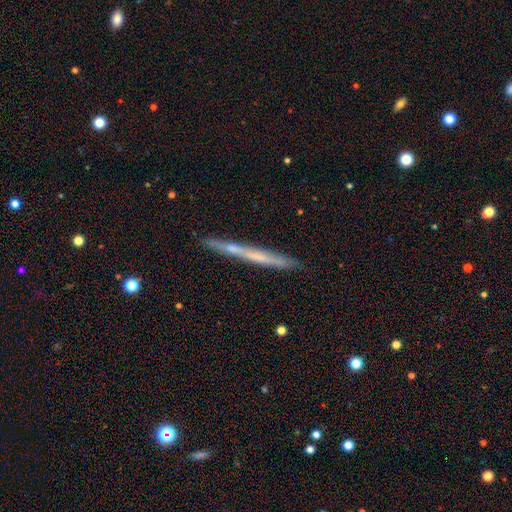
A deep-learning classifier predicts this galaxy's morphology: Q: Smooth or featured?
A: featured or disk (54%); runner-up: smooth (39%)
Q: Edge-on disk?
A: yes (96%); runner-up: no (4%)
Q: Edge-on bulge?
A: none (85%); runner-up: rounded (11%)
Q: Merging?
A: none (87%); runner-up: minor disturbance (9%)